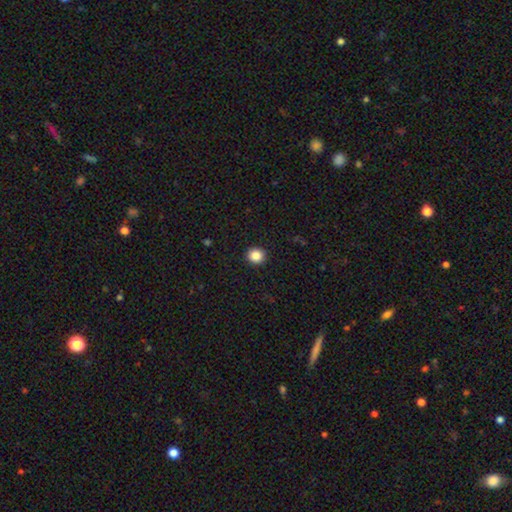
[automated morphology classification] A smooth galaxy with no disk features (87%) that is round (89%).

Vote fractions:
- Smooth or featured? smooth: 87% / star or artifact: 10% / featured or disk: 3%
- How rounded? round: 89% / in between: 10% / cigar-shaped: 1%
- Merging? none: 93% / minor disturbance: 5% / major disturbance: 2% / merger: 1%